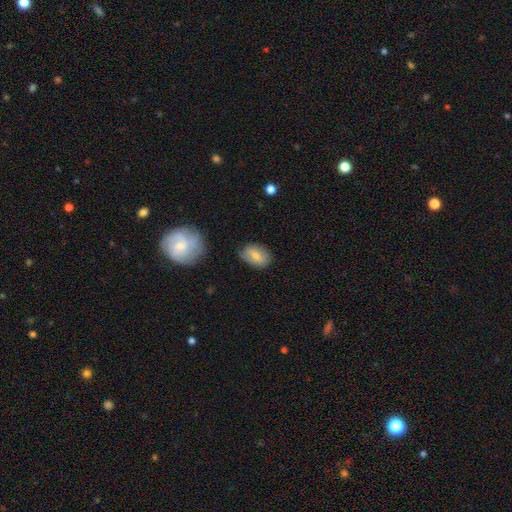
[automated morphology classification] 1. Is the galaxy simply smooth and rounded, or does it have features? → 73% smooth, 19% featured or disk, 8% star or artifact.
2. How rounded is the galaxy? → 84% in between, 15% round, 2% cigar-shaped.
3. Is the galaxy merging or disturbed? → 74% none, 19% minor disturbance, 4% major disturbance, 2% merger.